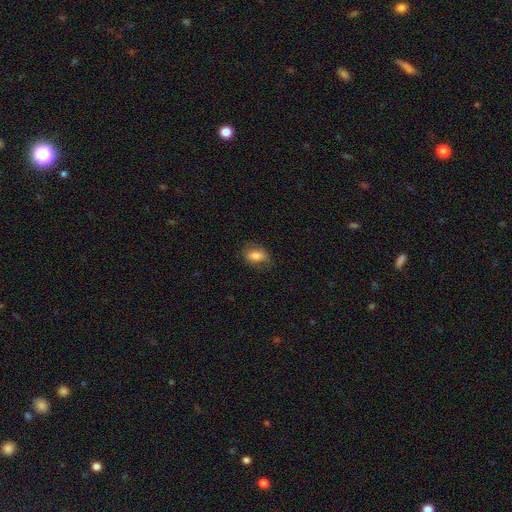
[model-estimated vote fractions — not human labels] Smooth or featured? smooth (77%)
How rounded? in between (79%)
Merging? none (74%)